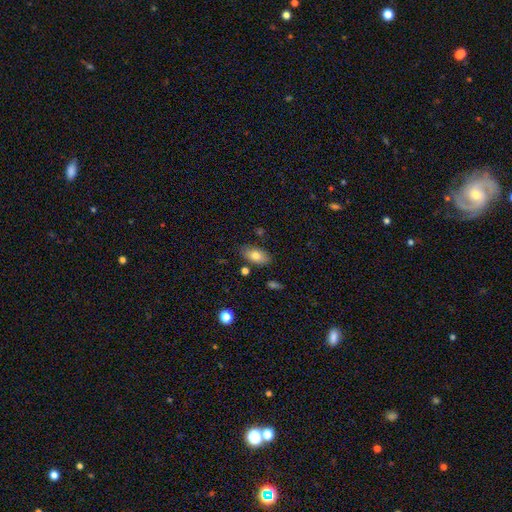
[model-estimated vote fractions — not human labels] Smooth or featured?
  - smooth: 76% *
  - featured or disk: 16%
  - star or artifact: 8%
How rounded?
  - in between: 90% *
  - round: 5%
  - cigar-shaped: 4%
Merging?
  - none: 81% *
  - minor disturbance: 12%
  - merger: 4%
  - major disturbance: 3%